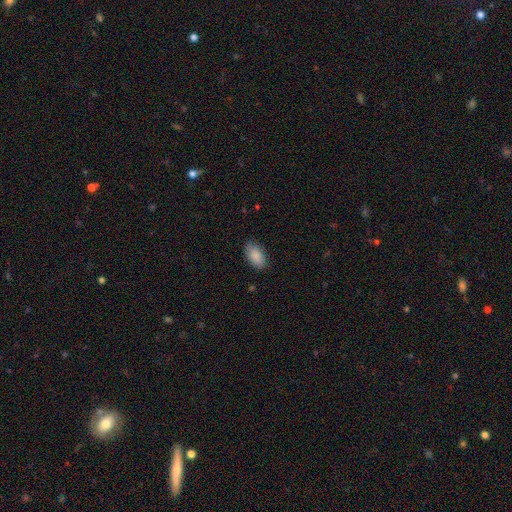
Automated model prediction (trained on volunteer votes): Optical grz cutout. It shows a smooth galaxy with no disk features (88%) that is in between round and cigar-shaped (94%). Merging: none (83%).